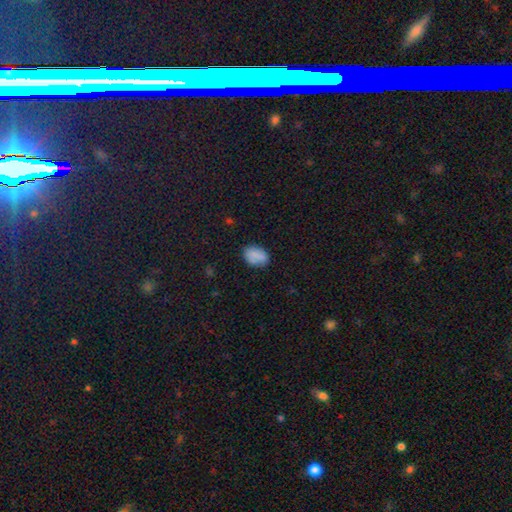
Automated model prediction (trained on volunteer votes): smooth_or_featured: smooth (p=0.83) [alt: star or artifact p=0.09]
how_rounded: in between (p=0.84) [alt: round p=0.14]
merging: none (p=0.78) [alt: minor disturbance p=0.16]